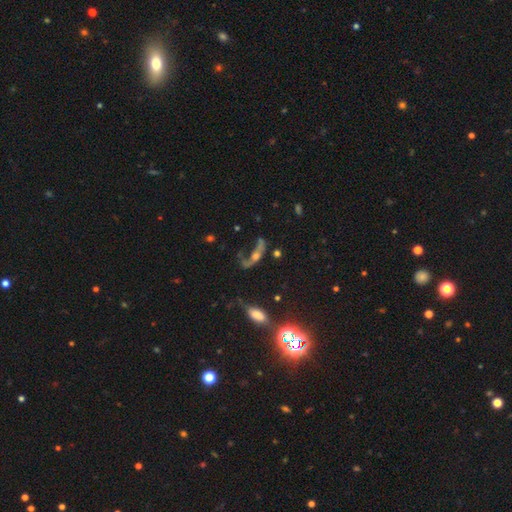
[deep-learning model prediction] The model was most divided on "merging": major disturbance: 39%, none: 33%, minor disturbance: 16%, merger: 12%. More confident: edge-on disk — no (70%); smooth or featured — featured or disk (60%).